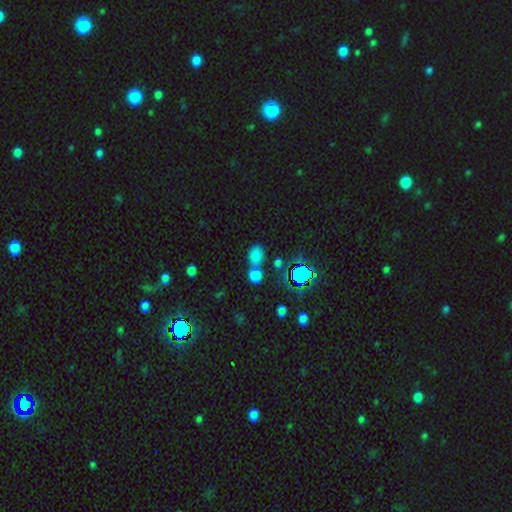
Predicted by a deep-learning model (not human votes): The model was most divided on "how rounded": round: 53%, in between: 45%, cigar-shaped: 2%. More confident: smooth or featured — smooth (69%); merging — none (59%).